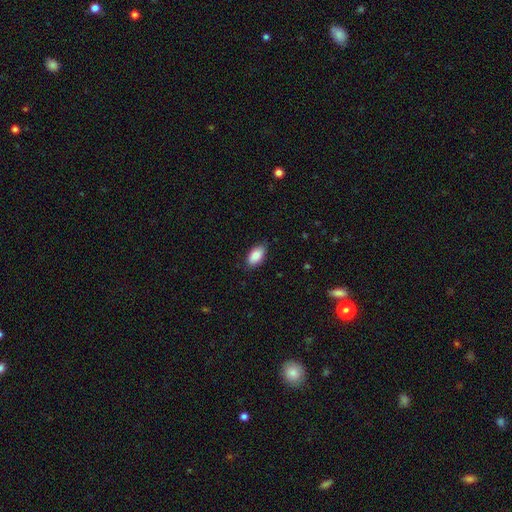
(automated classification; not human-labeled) smooth 89%, star or artifact 6%, featured or disk 5%. Down the decision tree: how rounded — in between (94%); merging — none (83%).